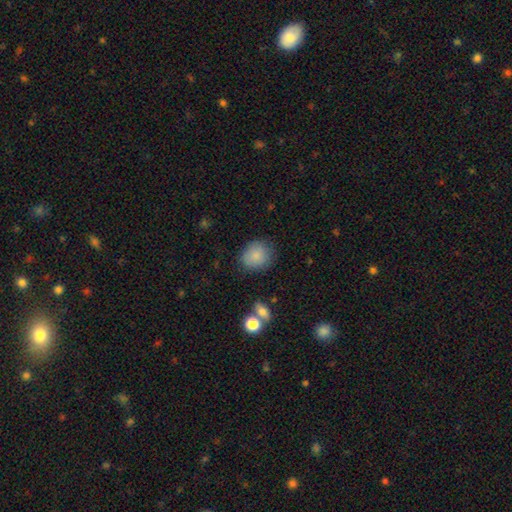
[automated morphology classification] Smooth or featured: smooth — 85% (star or artifact — 8%)
How rounded: round — 76% (in between — 23%)
Merging: none — 80% (minor disturbance — 13%)